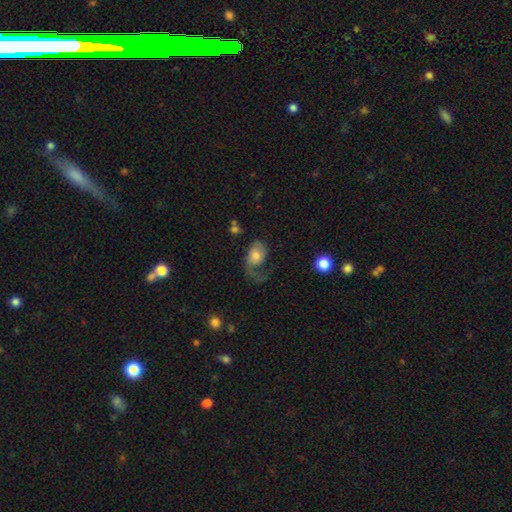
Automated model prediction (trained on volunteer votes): smooth 47%, featured or disk 45%, star or artifact 8%. Down the decision tree: merging — major disturbance (52%).